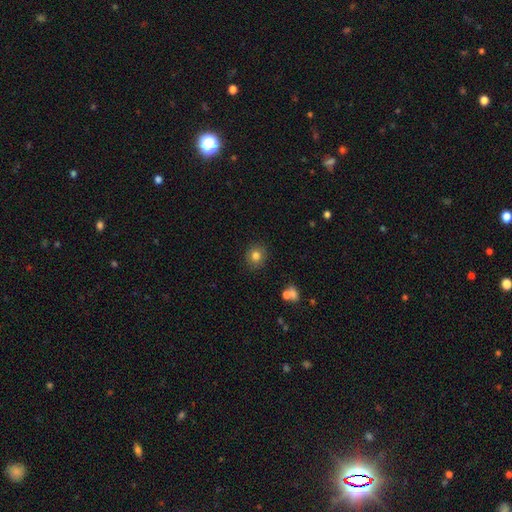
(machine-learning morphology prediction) A smooth galaxy with no disk features (81%) that is round (85%).

Vote fractions:
- Smooth or featured? smooth: 81% / star or artifact: 12% / featured or disk: 7%
- How rounded? round: 85% / in between: 14% / cigar-shaped: 1%
- Merging? none: 88% / minor disturbance: 8% / major disturbance: 2% / merger: 2%